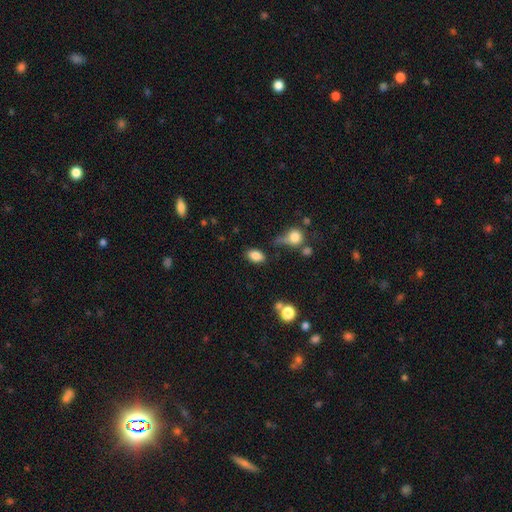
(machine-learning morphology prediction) Smooth or featured?
  - smooth: 84% *
  - star or artifact: 10%
  - featured or disk: 6%
How rounded?
  - in between: 87% *
  - round: 11%
  - cigar-shaped: 2%
Merging?
  - none: 73% *
  - minor disturbance: 15%
  - merger: 6%
  - major disturbance: 6%